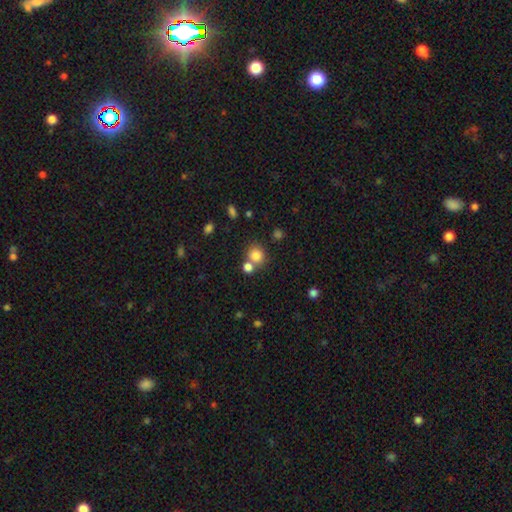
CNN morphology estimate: This appears to be a smooth galaxy with no disk features (81%) that is round (84%). Merging: none (60%).